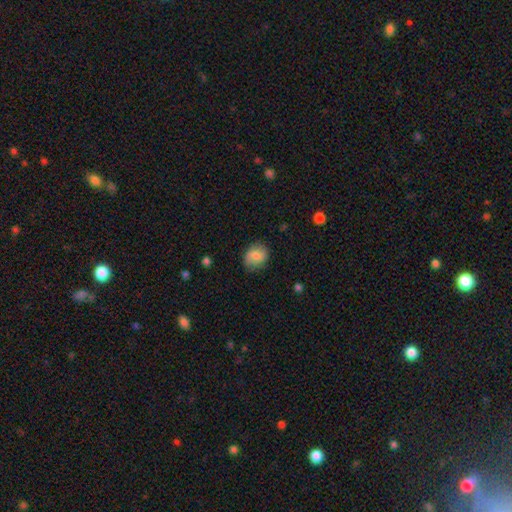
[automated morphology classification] smooth 75%, featured or disk 17%, star or artifact 8%. Down the decision tree: how rounded — round (54%); merging — none (79%).